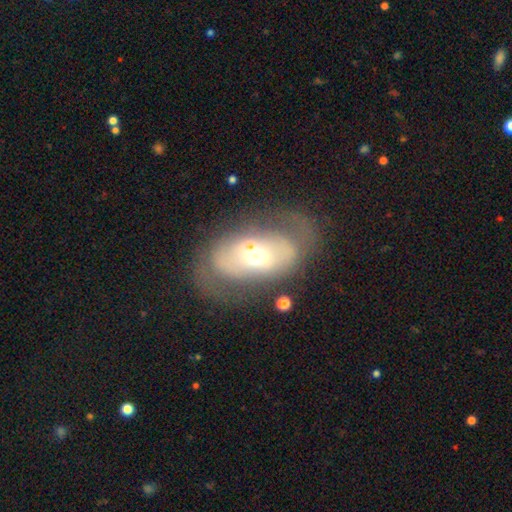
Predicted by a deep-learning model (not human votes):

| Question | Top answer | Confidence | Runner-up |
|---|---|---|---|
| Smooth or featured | featured or disk | 59% | smooth (32%) |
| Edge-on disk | no | 92% | yes (8%) |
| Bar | no | 71% | weak (19%) |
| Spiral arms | no | 52% | yes (48%) |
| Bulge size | moderate | 57% | small (30%) |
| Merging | none | 52% | minor disturbance (18%) |